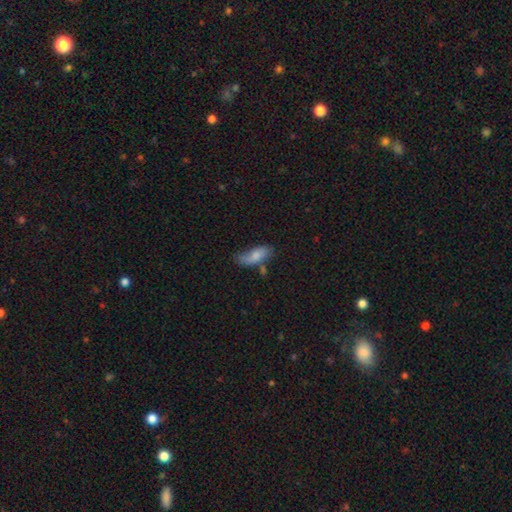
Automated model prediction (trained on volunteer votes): Smooth or featured? Predicted: smooth (p=0.72). How rounded? Predicted: in between (p=0.81). Merging? Predicted: none (p=0.46).